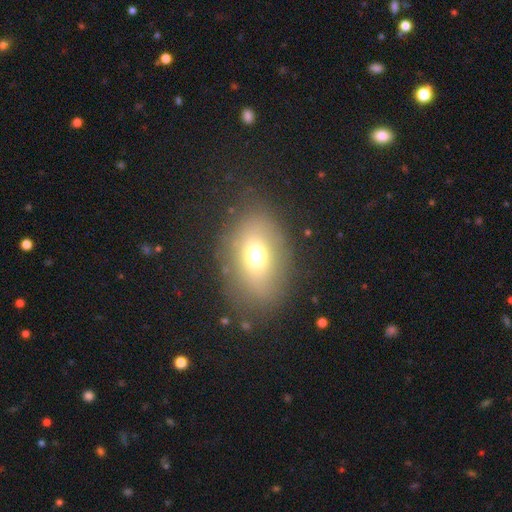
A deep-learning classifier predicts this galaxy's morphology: Smooth or featured? smooth (66%)
How rounded? in between (72%)
Merging? none (76%)